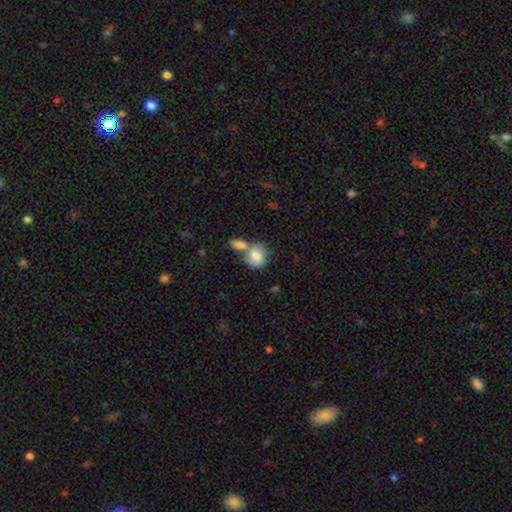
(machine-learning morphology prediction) Q: Smooth or featured?
A: smooth (79%); runner-up: featured or disk (14%)
Q: How rounded?
A: round (62%); runner-up: in between (37%)
Q: Merging?
A: merger (52%); runner-up: none (33%)